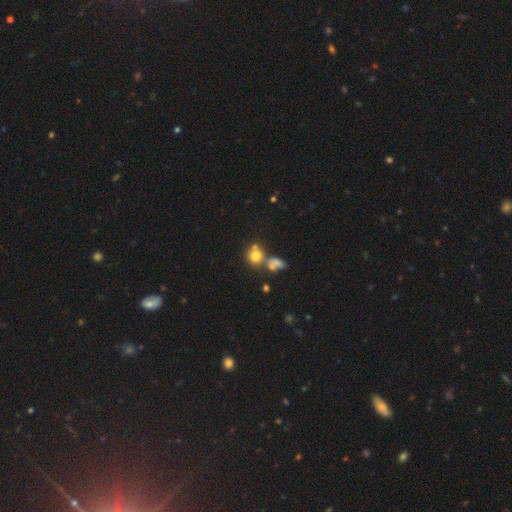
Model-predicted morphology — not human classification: Smooth or featured: smooth — 73% (star or artifact — 14%)
How rounded: round — 71% (in between — 28%)
Merging: merger — 43% (none — 38%)